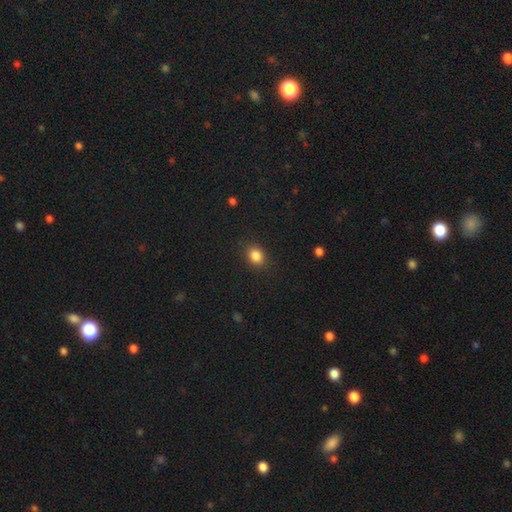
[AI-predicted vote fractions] A smooth galaxy with no disk features (85%) that is round (55%). Merging: none (88%).